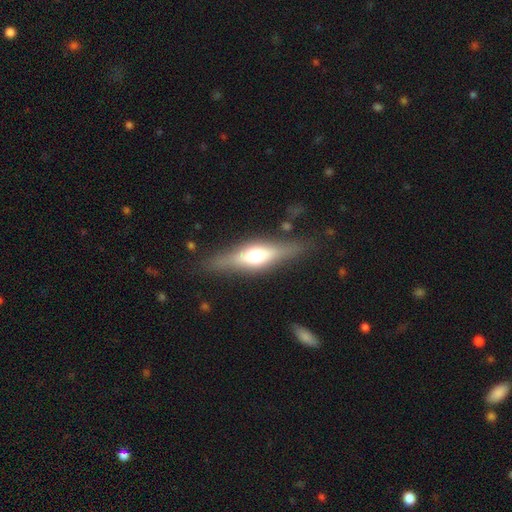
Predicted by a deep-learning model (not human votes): smooth-or-featured: featured or disk: 60% | smooth: 33% | star or artifact: 7%
  disk-edge-on: yes: 91% | no: 9%
    edge-on-bulge: rounded: 90% | boxy: 7% | none: 3%
  merging: none: 82% | minor disturbance: 12% | major disturbance: 4% | merger: 2%